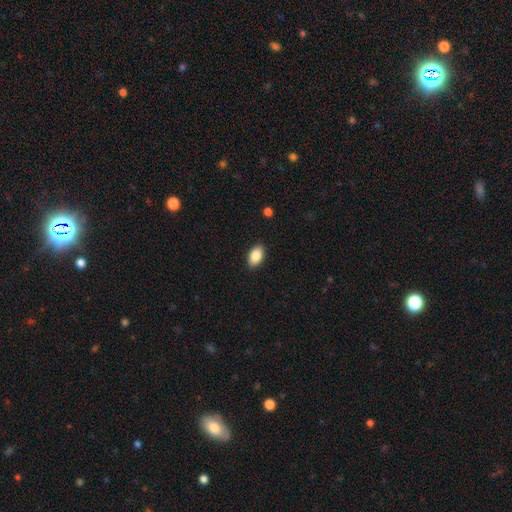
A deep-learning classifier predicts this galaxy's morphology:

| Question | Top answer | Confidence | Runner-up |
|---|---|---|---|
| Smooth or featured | smooth | 87% | star or artifact (7%) |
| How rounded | in between | 92% | round (6%) |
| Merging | none | 89% | minor disturbance (8%) |